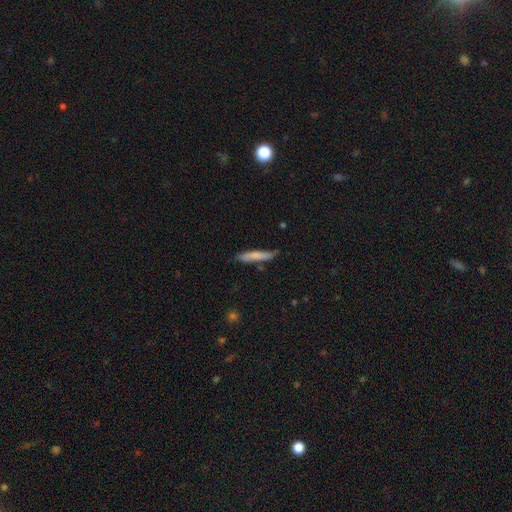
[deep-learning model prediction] A smooth galaxy with no disk features (72%) that is cigar-shaped (91%).

Vote fractions:
- Smooth or featured? smooth: 72% / featured or disk: 22% / star or artifact: 6%
- How rounded? cigar-shaped: 91% / in between: 8% / round: 1%
- Merging? none: 76% / minor disturbance: 19% / major disturbance: 3% / merger: 3%